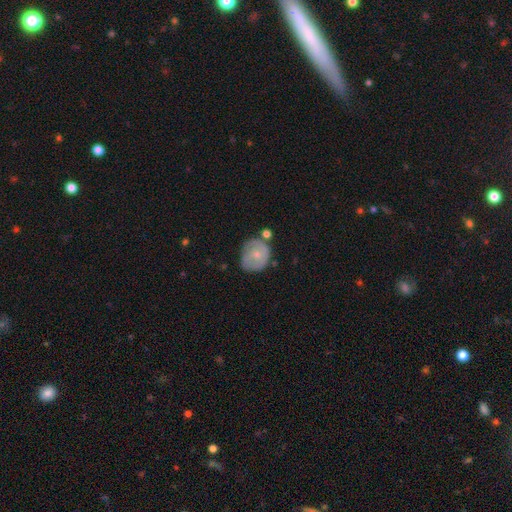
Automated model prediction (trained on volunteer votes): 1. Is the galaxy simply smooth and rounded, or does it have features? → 48% smooth, 46% featured or disk, 7% star or artifact.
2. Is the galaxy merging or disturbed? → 55% none, 27% minor disturbance, 9% major disturbance, 8% merger.